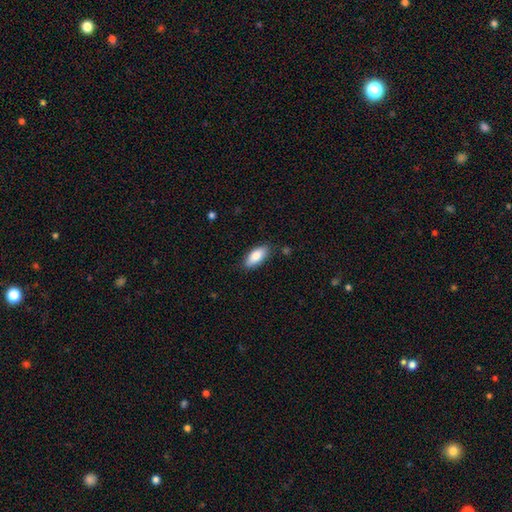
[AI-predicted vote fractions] smooth 83%, featured or disk 11%, star or artifact 6%. Down the decision tree: how rounded — in between (84%); merging — none (84%).